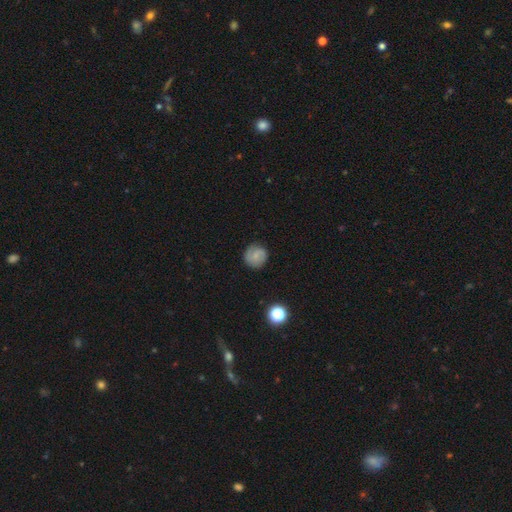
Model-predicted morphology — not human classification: The model was most divided on "smooth or featured": smooth: 50%, featured or disk: 41%, star or artifact: 9%. More confident: merging — none (82%).